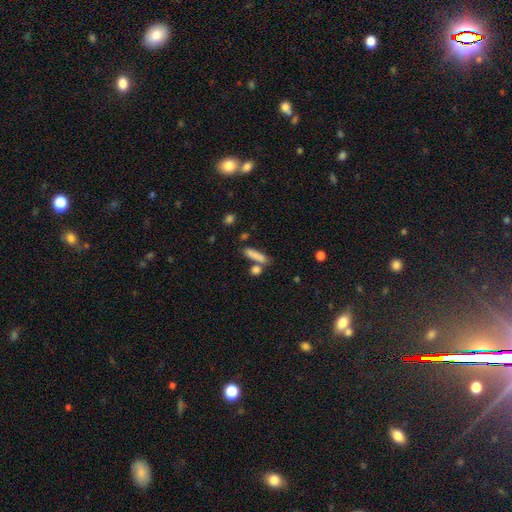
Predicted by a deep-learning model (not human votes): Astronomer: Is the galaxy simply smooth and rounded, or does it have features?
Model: smooth — 80%.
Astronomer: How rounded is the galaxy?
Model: cigar-shaped — 64%.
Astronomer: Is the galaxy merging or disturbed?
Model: none — 59%.